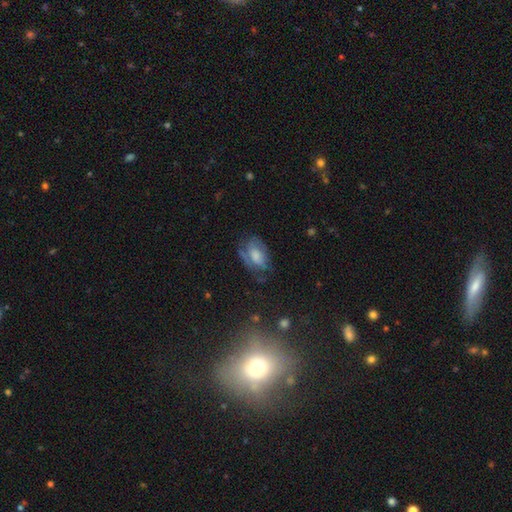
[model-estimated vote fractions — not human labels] Morphology: type=smooth (52%); roundness=in between (86%); merging=none (51%).